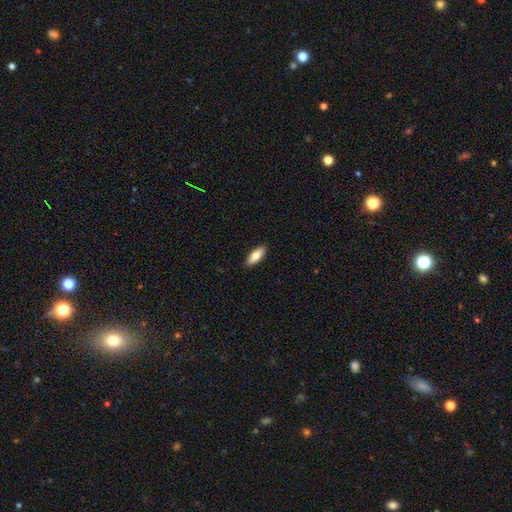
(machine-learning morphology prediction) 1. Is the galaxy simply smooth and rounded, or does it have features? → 77% smooth, 17% featured or disk, 6% star or artifact.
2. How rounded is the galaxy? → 73% in between, 25% cigar-shaped, 2% round.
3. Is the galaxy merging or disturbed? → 90% none, 7% minor disturbance, 2% major disturbance, 1% merger.